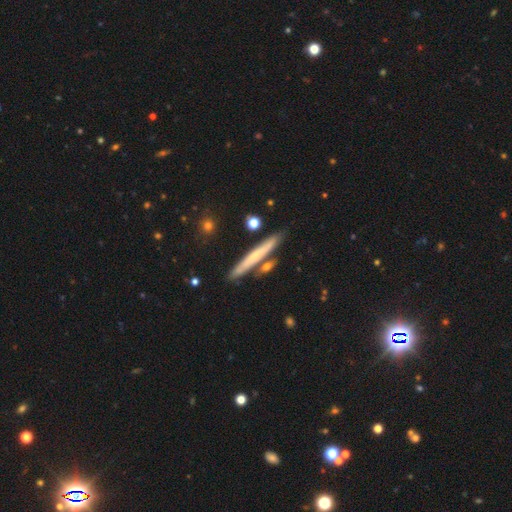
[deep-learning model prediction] Smooth or featured: smooth — 49% (featured or disk — 44%)
Merging: none — 80% (minor disturbance — 10%)